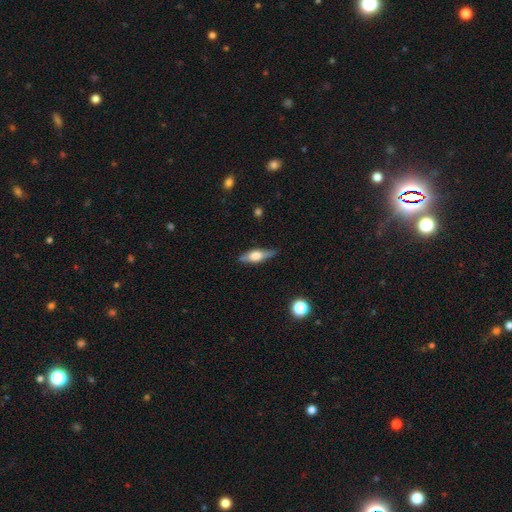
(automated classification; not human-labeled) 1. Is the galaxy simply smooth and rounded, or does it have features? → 52% featured or disk, 41% smooth, 7% star or artifact.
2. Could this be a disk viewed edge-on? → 91% yes, 9% no.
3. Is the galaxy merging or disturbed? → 79% none, 16% minor disturbance, 3% major disturbance, 1% merger.